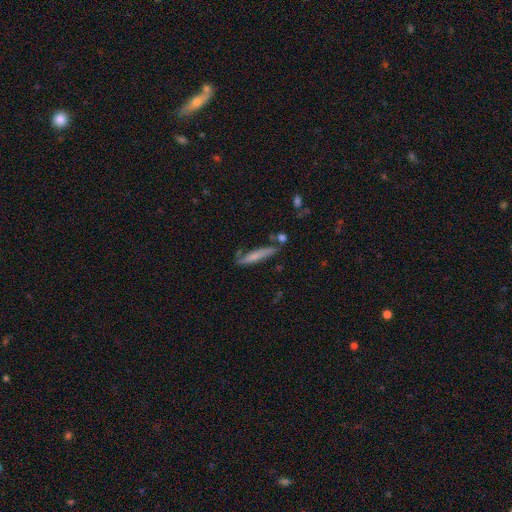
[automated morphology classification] A smooth galaxy with no disk features (64%) that is cigar-shaped (89%). Merging: none (71%).